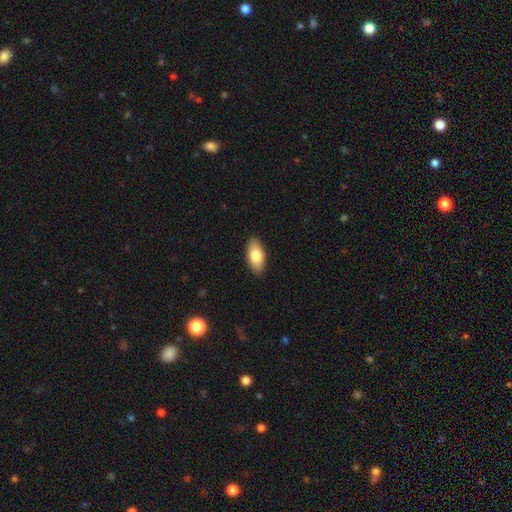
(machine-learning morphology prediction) smooth_or_featured: smooth (p=0.78) [alt: featured or disk p=0.16]
how_rounded: in between (p=0.90) [alt: cigar-shaped p=0.07]
merging: none (p=0.90) [alt: minor disturbance p=0.08]